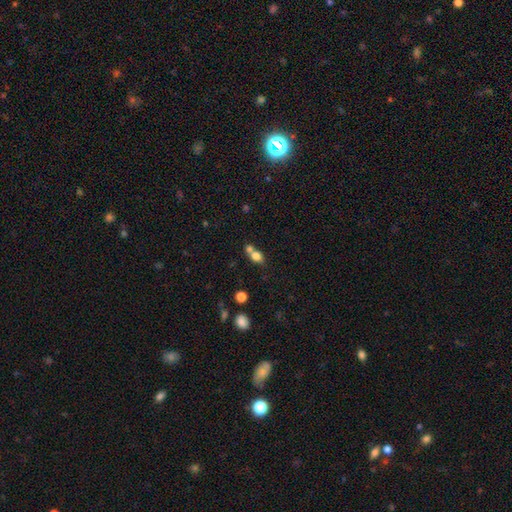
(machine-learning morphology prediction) Smooth or featured? smooth (77%)
How rounded? in between (55%)
Merging? merger (52%)